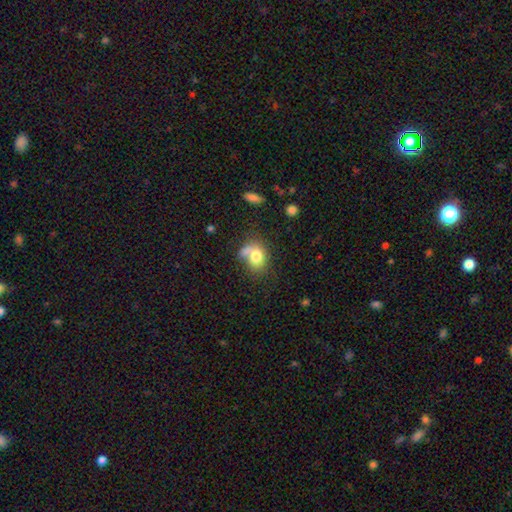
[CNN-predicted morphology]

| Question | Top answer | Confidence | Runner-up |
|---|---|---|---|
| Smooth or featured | smooth | 76% | featured or disk (15%) |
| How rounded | in between | 62% | round (37%) |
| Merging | none | 37% | merger (34%) |